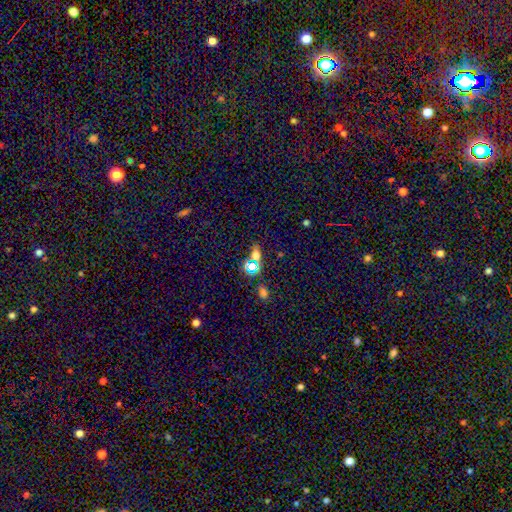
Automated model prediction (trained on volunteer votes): This is possibly a star or artifact rather than a galaxy (46%).